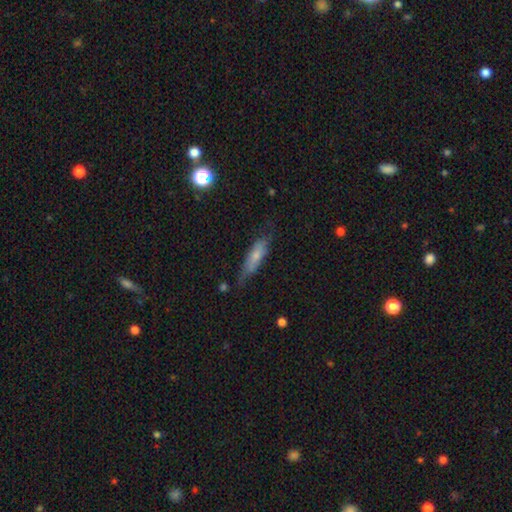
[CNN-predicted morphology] Q: Smooth or featured?
A: smooth (57%); runner-up: featured or disk (35%)
Q: How rounded?
A: cigar-shaped (65%); runner-up: in between (33%)
Q: Merging?
A: none (61%); runner-up: minor disturbance (28%)